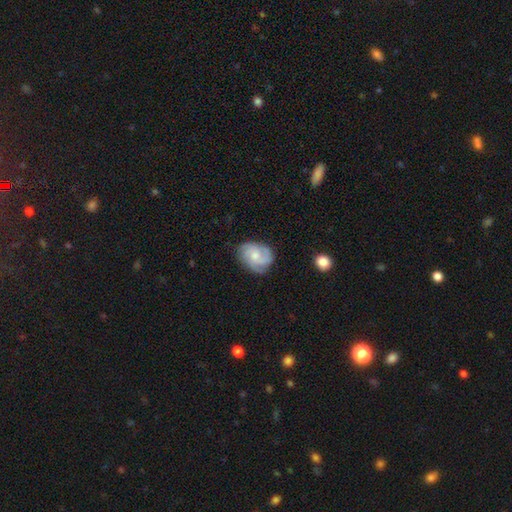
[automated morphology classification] Smooth or featured: featured or disk — 62% (smooth — 32%)
Edge-on disk: no — 98% (yes — 2%)
Bar: no — 74% (weak — 23%)
Spiral arms: yes — 89% (no — 11%)
Spiral winding: medium — 42% (tight — 41%)
Spiral arm count: 3 — 41% (can't tell — 23%)
Bulge size: moderate — 48% (small — 41%)
Merging: none — 68% (minor disturbance — 23%)